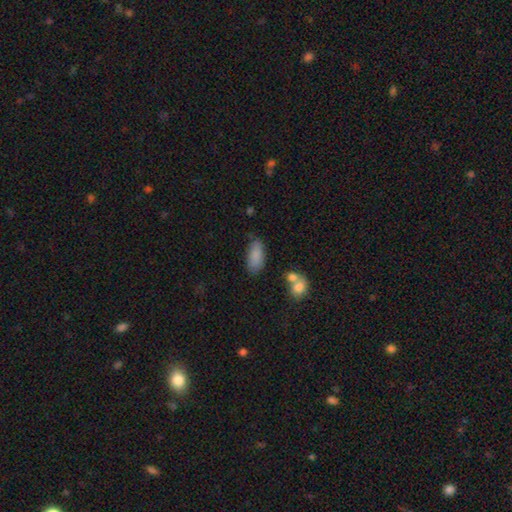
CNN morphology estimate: smooth-or-featured: smooth: 85% | featured or disk: 8% | star or artifact: 7%
  how-rounded: in between: 90% | cigar-shaped: 7% | round: 3%
  merging: none: 71% | minor disturbance: 19% | merger: 6% | major disturbance: 5%